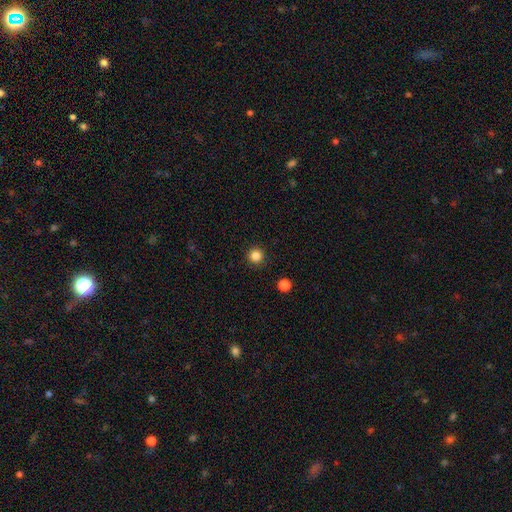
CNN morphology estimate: A smooth galaxy with no disk features (84%) that is round (96%).

Vote fractions:
- Smooth or featured? smooth: 84% / star or artifact: 12% / featured or disk: 4%
- How rounded? round: 96% / in between: 3% / cigar-shaped: 1%
- Merging? none: 92% / minor disturbance: 5% / major disturbance: 2% / merger: 1%